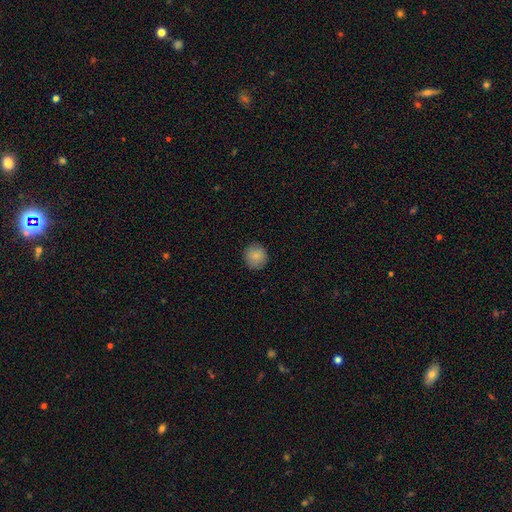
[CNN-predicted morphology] This is clearly a smooth galaxy (87%). How rounded: clearly round (92%). Merging: clearly none (90%).